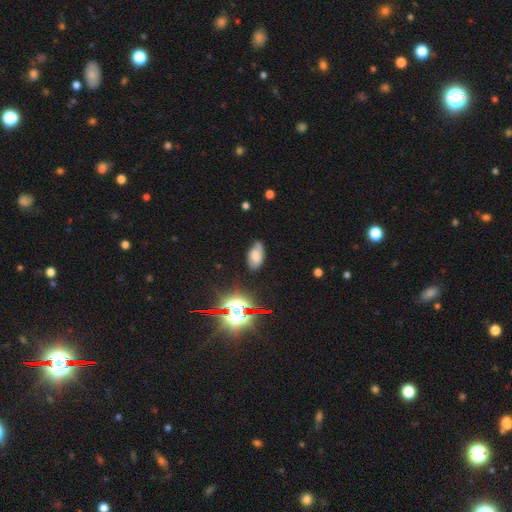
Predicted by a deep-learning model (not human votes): A smooth galaxy with no disk features (61%) that is in between round and cigar-shaped (92%).

Vote fractions:
- Smooth or featured? smooth: 61% / featured or disk: 22% / star or artifact: 17%
- How rounded? in between: 92% / round: 5% / cigar-shaped: 3%
- Merging? none: 59% / minor disturbance: 30% / major disturbance: 8% / merger: 3%